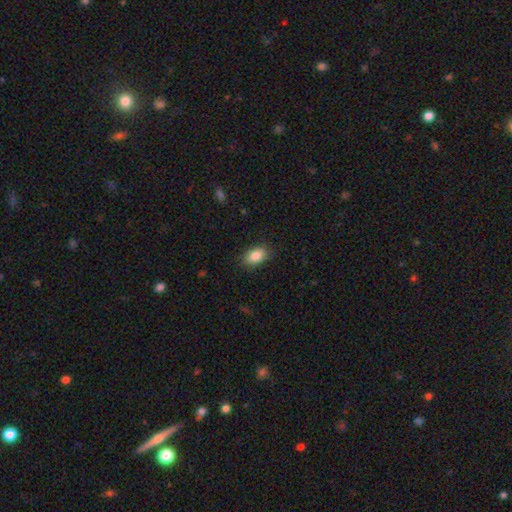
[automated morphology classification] This appears to be a smooth galaxy with no disk features (85%) that is in between round and cigar-shaped (87%). Merging: none (85%).